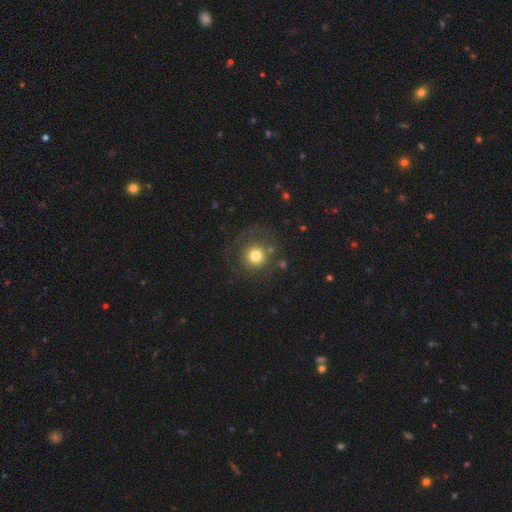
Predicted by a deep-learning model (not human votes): smooth 74%, featured or disk 14%, star or artifact 12%. Down the decision tree: how rounded — round (94%); merging — none (74%).